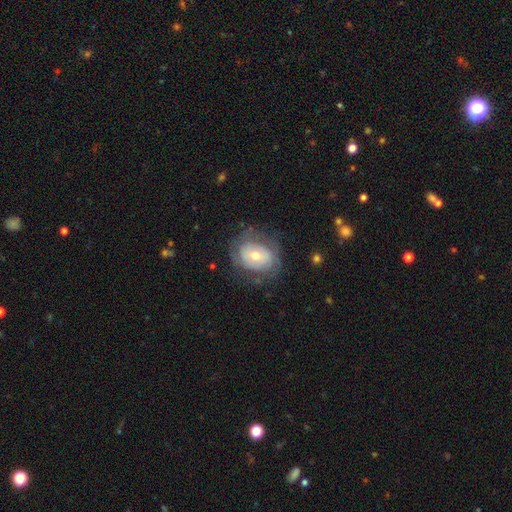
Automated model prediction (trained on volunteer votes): Smooth or featured: featured or disk — 57% (smooth — 36%)
Edge-on disk: no — 96% (yes — 4%)
Bar: no — 68% (weak — 24%)
Spiral arms: yes — 57% (no — 43%)
Bulge size: moderate — 61% (small — 31%)
Merging: none — 64% (minor disturbance — 21%)